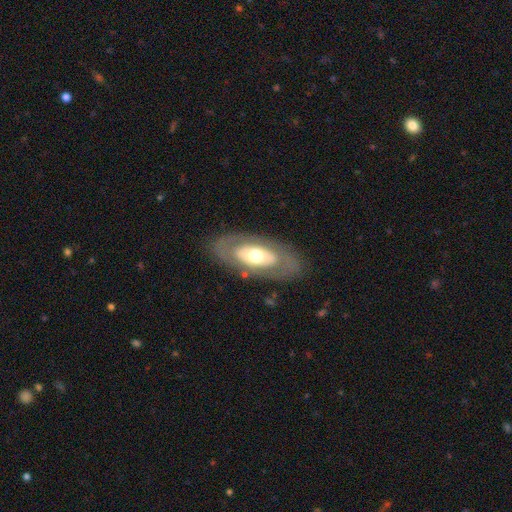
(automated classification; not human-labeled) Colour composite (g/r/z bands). It shows a featured or disk galaxy (57%). Merging: none (80%).